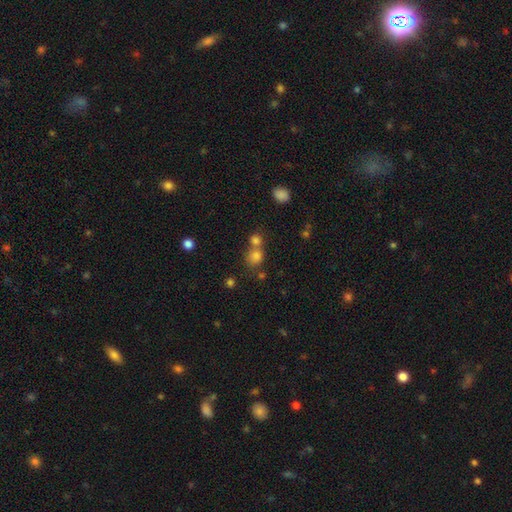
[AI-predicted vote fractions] Smooth or featured? Predicted: smooth (p=0.76). How rounded? Predicted: round (p=0.77). Merging? Predicted: none (p=0.48).